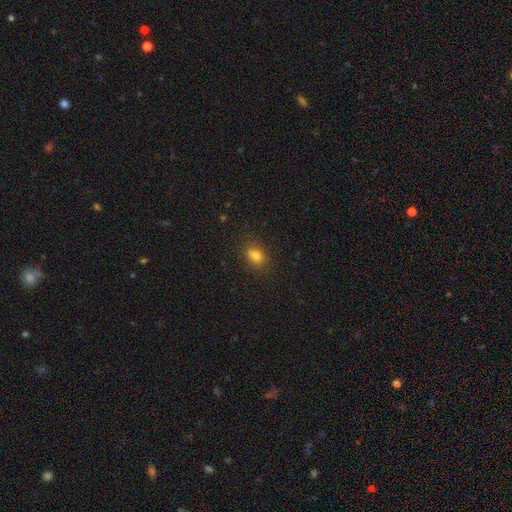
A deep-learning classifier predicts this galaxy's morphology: A smooth galaxy with no disk features (76%) that is in between round and cigar-shaped (60%). Merging: none (70%).